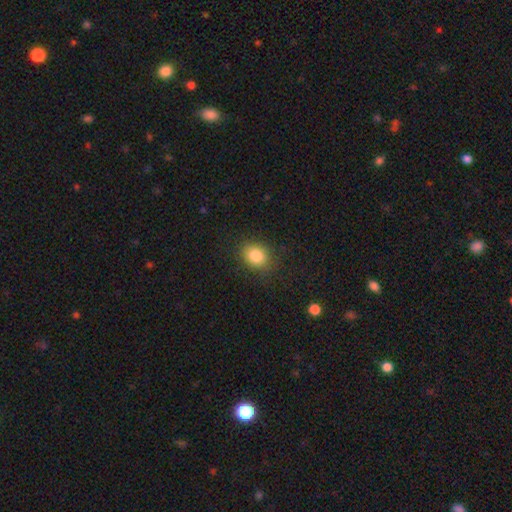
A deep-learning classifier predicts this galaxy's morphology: Smooth or featured?
  - smooth: 85% *
  - star or artifact: 10%
  - featured or disk: 5%
How rounded?
  - in between: 50% *
  - round: 49%
  - cigar-shaped: 1%
Merging?
  - none: 84% *
  - minor disturbance: 11%
  - major disturbance: 4%
  - merger: 1%